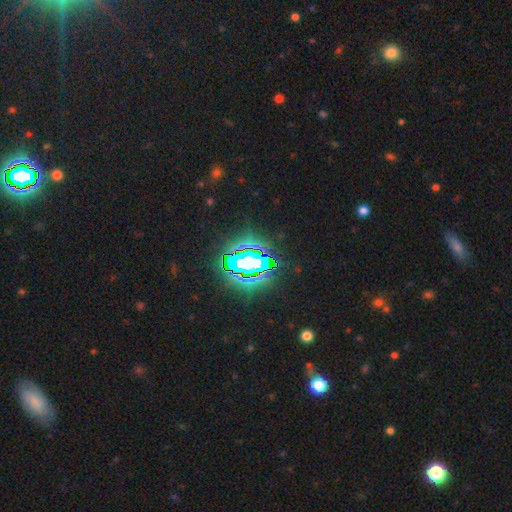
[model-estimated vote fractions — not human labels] star or artifact 75%, smooth 12%, featured or disk 12%.